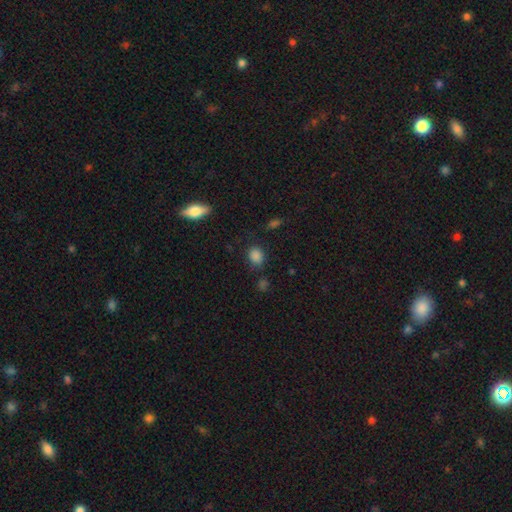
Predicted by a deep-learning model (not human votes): Smooth or featured: smooth — 83% (star or artifact — 13%)
How rounded: round — 53% (in between — 45%)
Merging: none — 75% (minor disturbance — 16%)